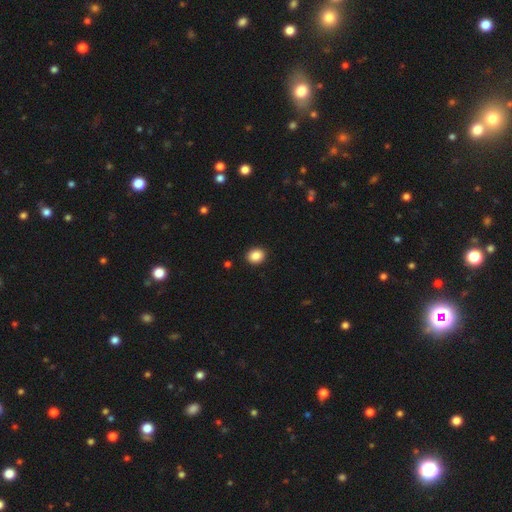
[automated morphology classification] A smooth galaxy with no disk features (88%) that is round (62%).

Vote fractions:
- Smooth or featured? smooth: 88% / star or artifact: 9% / featured or disk: 3%
- How rounded? round: 62% / in between: 37% / cigar-shaped: 1%
- Merging? none: 92% / minor disturbance: 6% / major disturbance: 2% / merger: 1%